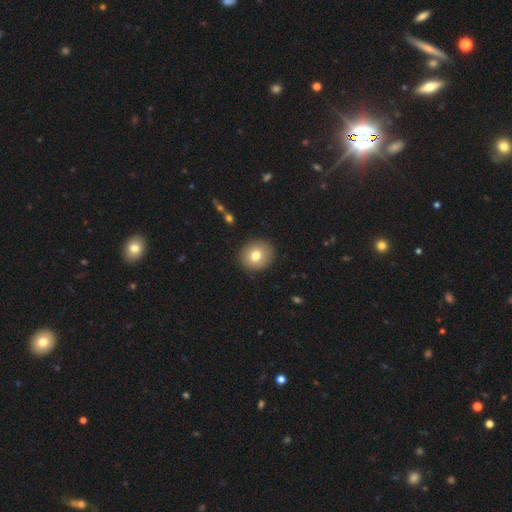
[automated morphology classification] smooth_or_featured: smooth (p=0.76) [alt: featured or disk p=0.15]
how_rounded: round (p=0.78) [alt: in between p=0.21]
merging: none (p=0.90) [alt: minor disturbance p=0.07]